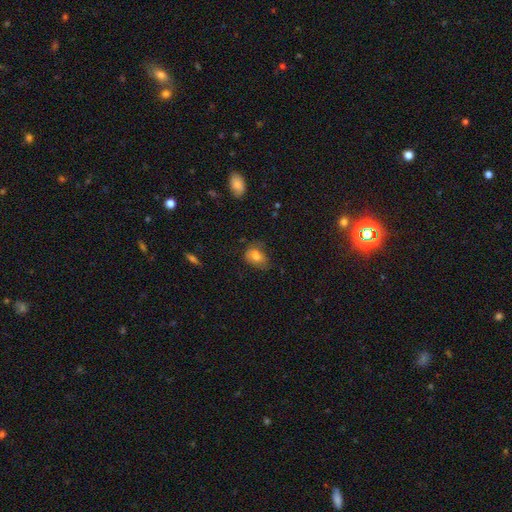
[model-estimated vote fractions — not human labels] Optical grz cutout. It shows a smooth galaxy with no disk features (76%) that is in between round and cigar-shaped (78%). Merging: none (52%).